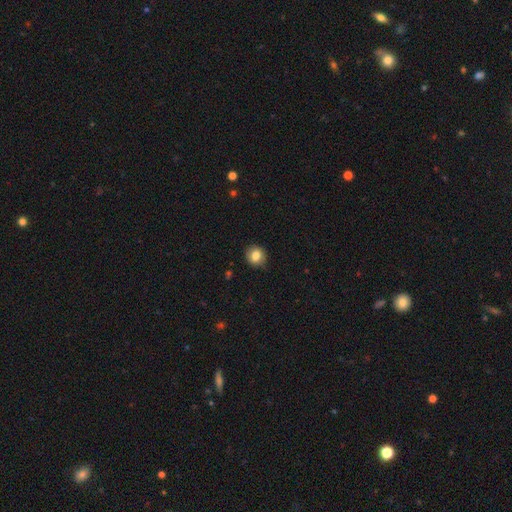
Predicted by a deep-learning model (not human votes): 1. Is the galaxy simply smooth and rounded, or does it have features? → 83% smooth, 10% star or artifact, 8% featured or disk.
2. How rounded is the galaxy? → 85% round, 14% in between, 1% cigar-shaped.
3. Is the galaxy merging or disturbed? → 87% none, 10% minor disturbance, 2% major disturbance, 1% merger.